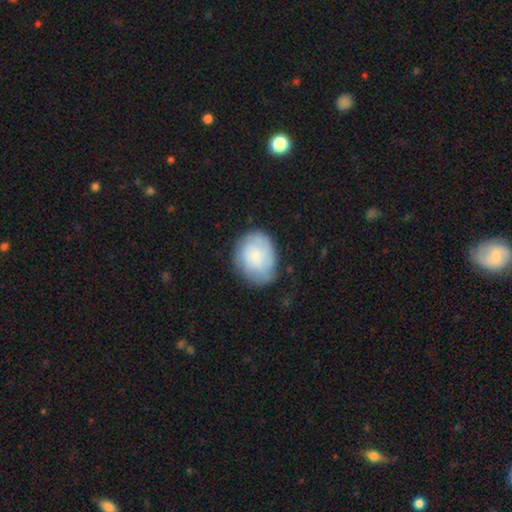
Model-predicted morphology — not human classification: Q: Smooth or featured?
A: smooth (67%); runner-up: featured or disk (26%)
Q: How rounded?
A: in between (55%); runner-up: round (44%)
Q: Merging?
A: none (69%); runner-up: minor disturbance (23%)